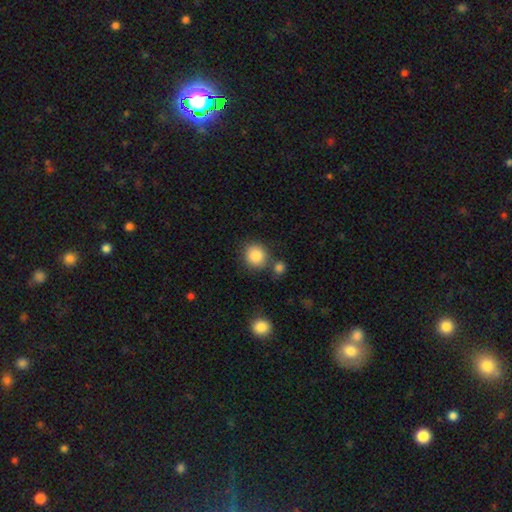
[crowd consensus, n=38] Overall: smooth (97%). How rounded: round (97%). Merging: none (76%).